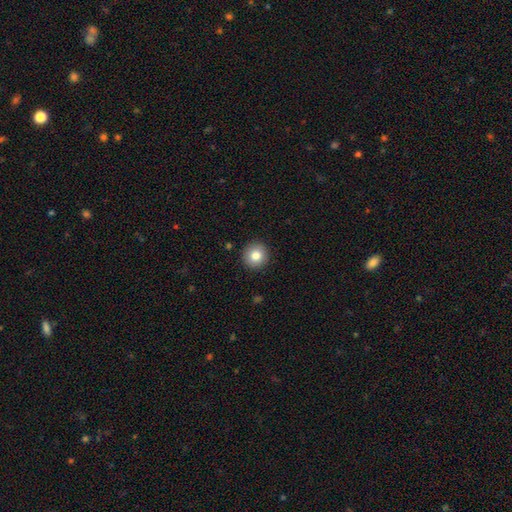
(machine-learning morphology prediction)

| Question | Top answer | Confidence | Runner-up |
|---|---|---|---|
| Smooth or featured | smooth | 82% | star or artifact (9%) |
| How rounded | round | 93% | in between (6%) |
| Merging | none | 91% | minor disturbance (6%) |